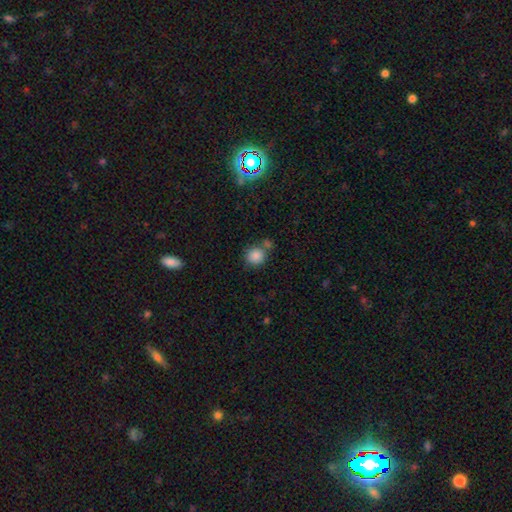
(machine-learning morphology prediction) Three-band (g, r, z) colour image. It shows a smooth galaxy with no disk features (86%) that is round (89%). Merging: none (63%).